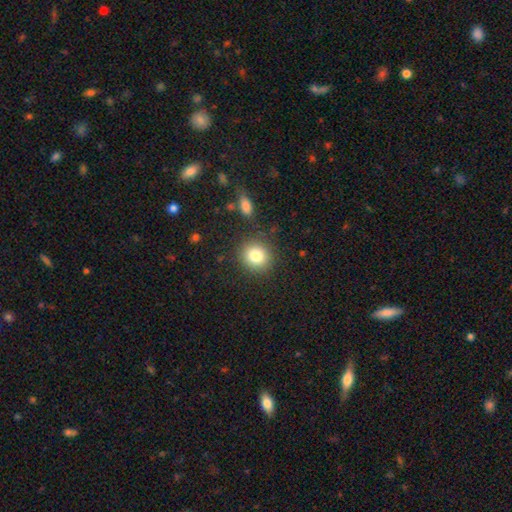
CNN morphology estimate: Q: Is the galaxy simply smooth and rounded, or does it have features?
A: smooth — 81%.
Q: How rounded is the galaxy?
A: round — 87%.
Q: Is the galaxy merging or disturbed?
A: none — 86%.